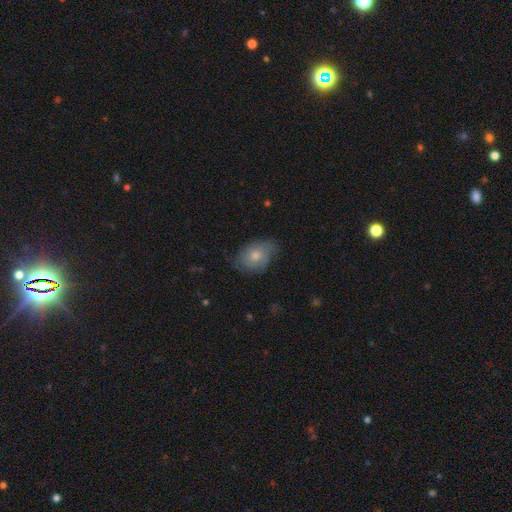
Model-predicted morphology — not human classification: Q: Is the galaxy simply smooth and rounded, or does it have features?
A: smooth — 70%.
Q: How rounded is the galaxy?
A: in between — 79%.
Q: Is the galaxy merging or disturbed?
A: none — 61%.